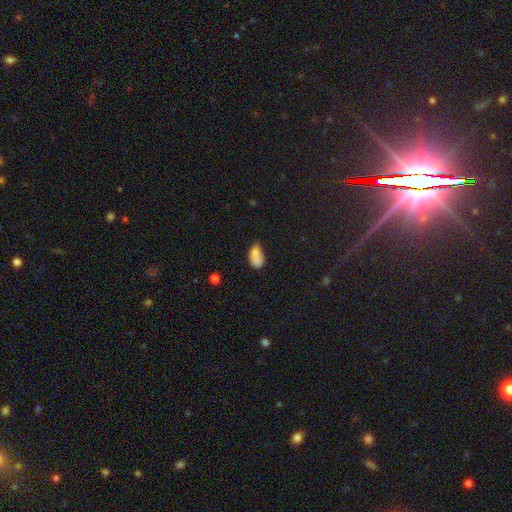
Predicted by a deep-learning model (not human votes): Smooth or featured?
  - smooth: 82% *
  - star or artifact: 10%
  - featured or disk: 8%
How rounded?
  - in between: 91% *
  - cigar-shaped: 5%
  - round: 5%
Merging?
  - none: 44% *
  - minor disturbance: 36%
  - major disturbance: 11%
  - merger: 9%